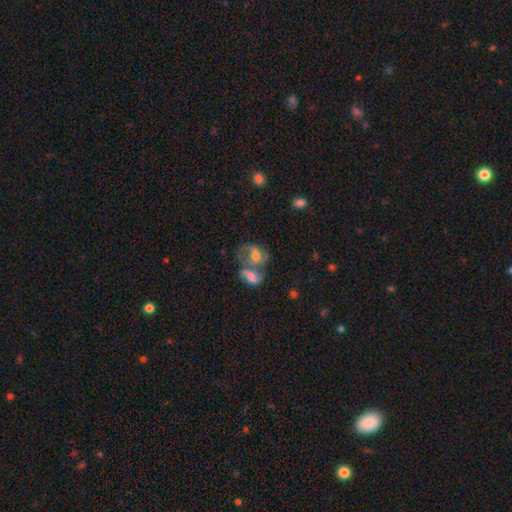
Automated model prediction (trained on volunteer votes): Overall: featured or disk (60%; smooth 31%). Edge-on disk: no (97%). Bar: no (54%; weak 35%). Spiral arms: yes (71%). Bulge size: moderate (52%; small 23%). Merging: merger (59%).